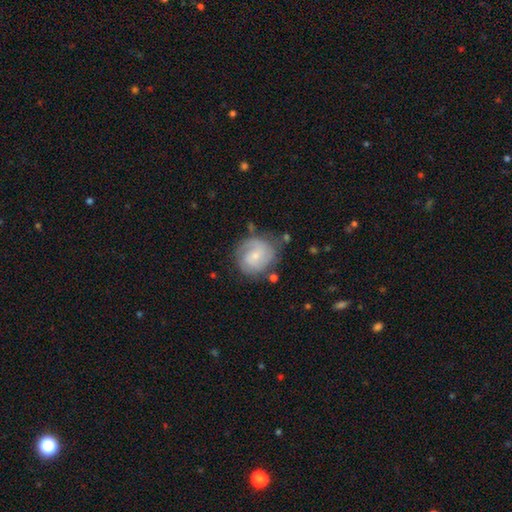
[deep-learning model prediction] Morphology: type=featured or disk (69%); edge-on=no (98%); bar=no (57%); spiral arms=yes (89%); winding=tight (52%); arm count=2 (52%); bulge=small (70%); merging=none (67%).